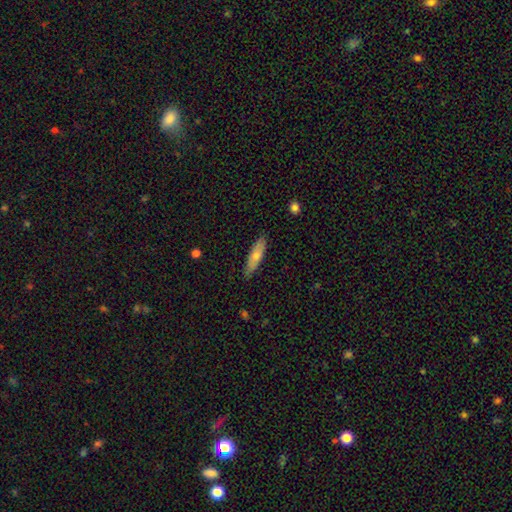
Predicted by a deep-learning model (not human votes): smooth_or_featured: smooth (p=0.62) [alt: featured or disk p=0.32]
how_rounded: cigar-shaped (p=0.68) [alt: in between p=0.30]
merging: none (p=0.86) [alt: minor disturbance p=0.11]